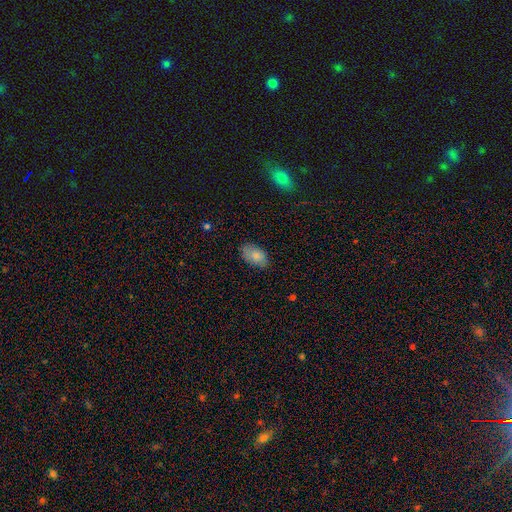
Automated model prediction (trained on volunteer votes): A smooth galaxy with no disk features (84%) that is in between round and cigar-shaped (93%).

Vote fractions:
- Smooth or featured? smooth: 84% / featured or disk: 9% / star or artifact: 7%
- How rounded? in between: 93% / round: 5% / cigar-shaped: 2%
- Merging? none: 78% / minor disturbance: 17% / major disturbance: 4% / merger: 1%